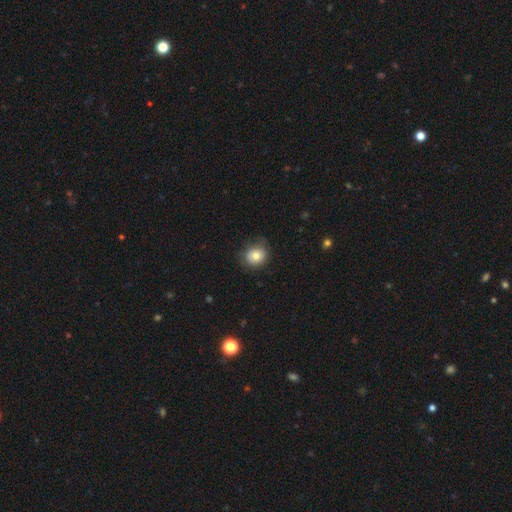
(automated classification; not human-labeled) This is likely a smooth galaxy (80%). How rounded: likely round (75%). Merging: likely none (73%).